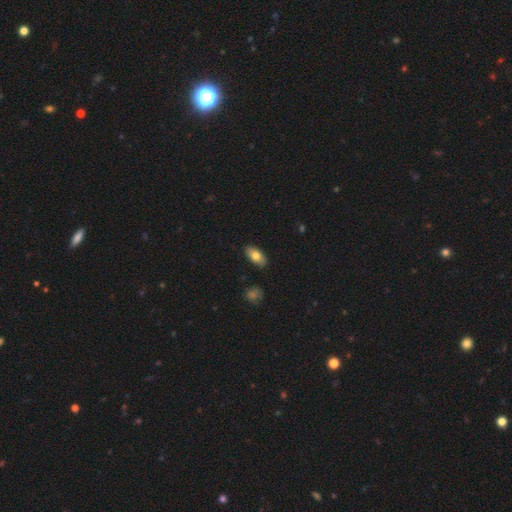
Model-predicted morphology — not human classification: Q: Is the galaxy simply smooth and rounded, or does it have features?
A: smooth — 76%.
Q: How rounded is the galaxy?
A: in between — 91%.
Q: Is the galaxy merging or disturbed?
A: none — 87%.